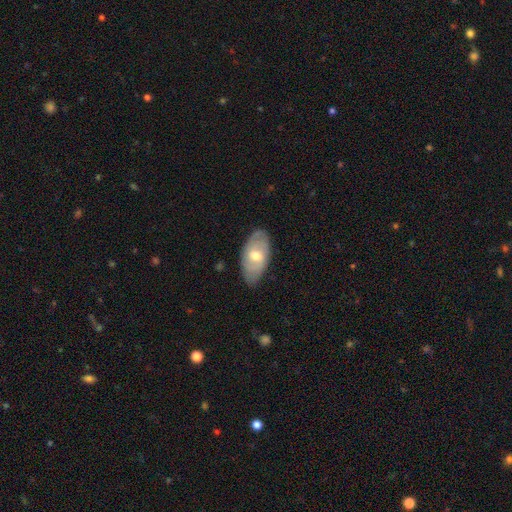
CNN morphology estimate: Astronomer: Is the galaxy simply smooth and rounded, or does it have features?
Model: smooth — 50% (runner-up: featured or disk, 44%).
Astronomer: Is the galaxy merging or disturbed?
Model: none — 78%.